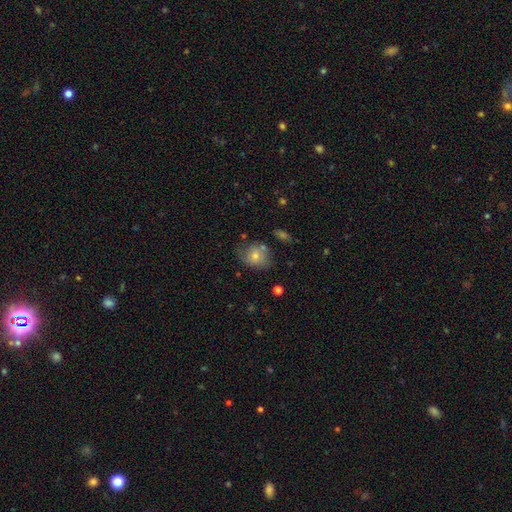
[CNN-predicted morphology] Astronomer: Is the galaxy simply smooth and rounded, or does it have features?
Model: smooth — 66%.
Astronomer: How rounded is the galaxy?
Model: round — 59% (runner-up: in between, 40%).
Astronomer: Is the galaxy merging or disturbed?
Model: none — 52% (runner-up: minor disturbance, 28%).